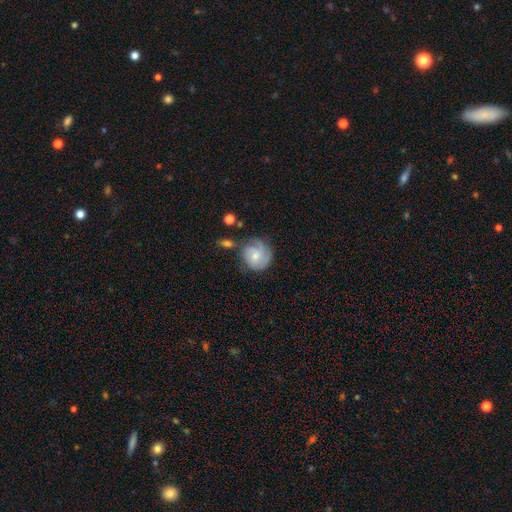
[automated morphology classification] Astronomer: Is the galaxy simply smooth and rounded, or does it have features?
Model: featured or disk — 49% (runner-up: smooth, 44%).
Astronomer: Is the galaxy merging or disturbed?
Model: none — 55%.